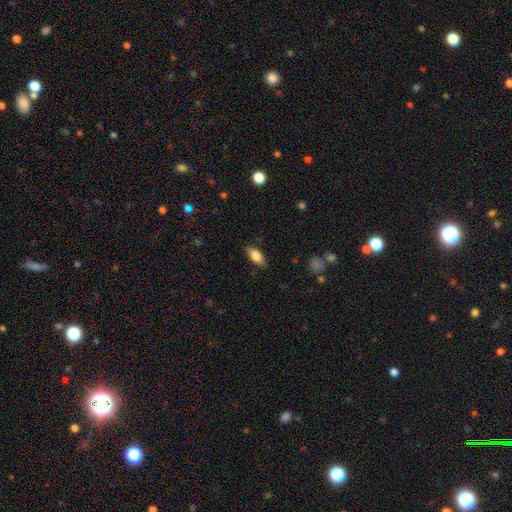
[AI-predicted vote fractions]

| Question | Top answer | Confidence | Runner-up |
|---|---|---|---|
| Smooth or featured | smooth | 82% | featured or disk (11%) |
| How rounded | in between | 86% | cigar-shaped (11%) |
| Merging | none | 85% | minor disturbance (12%) |